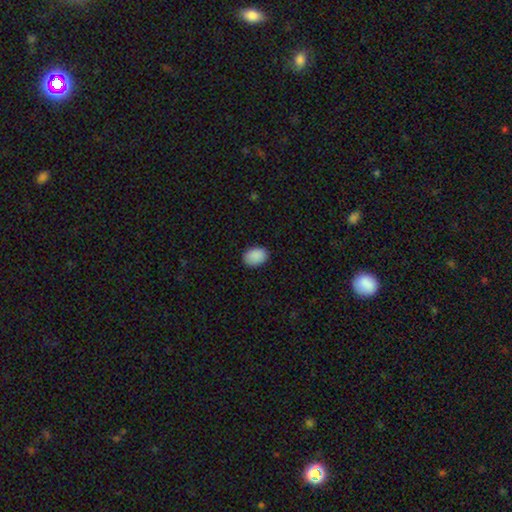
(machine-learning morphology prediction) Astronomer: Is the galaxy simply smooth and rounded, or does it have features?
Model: smooth — 90%.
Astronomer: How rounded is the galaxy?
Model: in between — 76%.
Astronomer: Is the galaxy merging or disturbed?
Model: none — 88%.